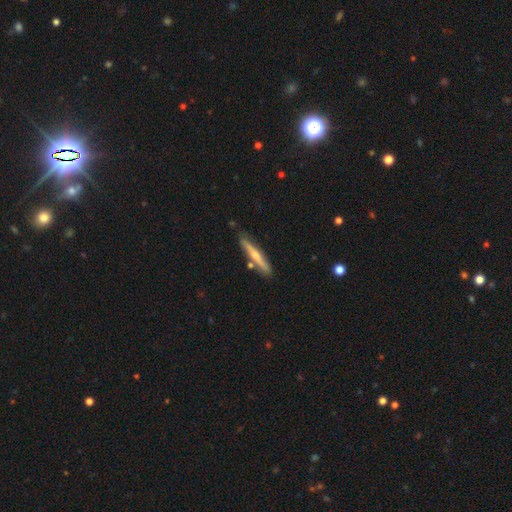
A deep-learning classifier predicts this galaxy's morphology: Smooth or featured: featured or disk — 53% (smooth — 41%)
Edge-on disk: yes — 95% (no — 5%)
Edge-on bulge: rounded — 76% (none — 20%)
Merging: none — 80% (minor disturbance — 12%)